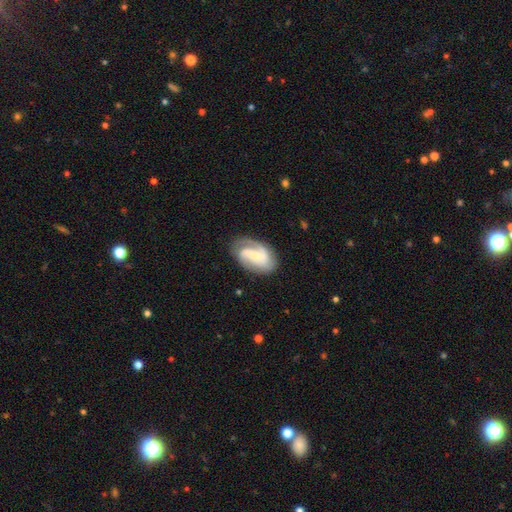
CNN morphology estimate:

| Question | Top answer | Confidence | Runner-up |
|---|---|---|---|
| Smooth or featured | featured or disk | 74% | smooth (20%) |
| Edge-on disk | no | 97% | yes (3%) |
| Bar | weak | 44% | strong (28%) |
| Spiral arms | yes | 92% | no (8%) |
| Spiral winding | medium | 43% | tight (34%) |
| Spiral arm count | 2 | 54% | 1 (18%) |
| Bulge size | small | 49% | moderate (25%) |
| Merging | none | 69% | minor disturbance (19%) |